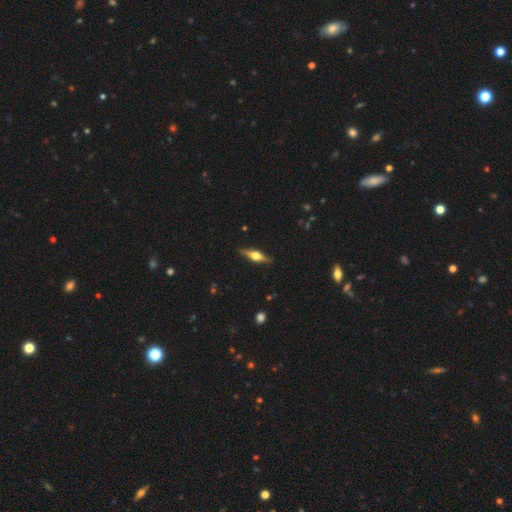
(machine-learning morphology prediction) The model was most divided on "smooth or featured": featured or disk: 64%, smooth: 30%, star or artifact: 6%. More confident: edge-on disk — yes (95%); edge-on bulge — rounded (93%); merging — none (88%).